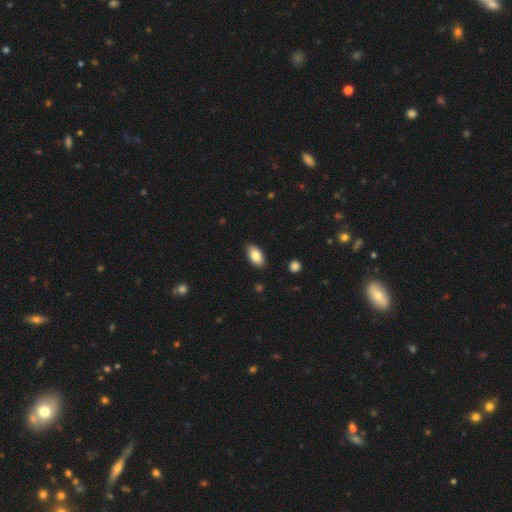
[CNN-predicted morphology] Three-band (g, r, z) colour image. It shows a smooth galaxy with no disk features (85%) that is in between round and cigar-shaped (93%). Merging: none (87%).